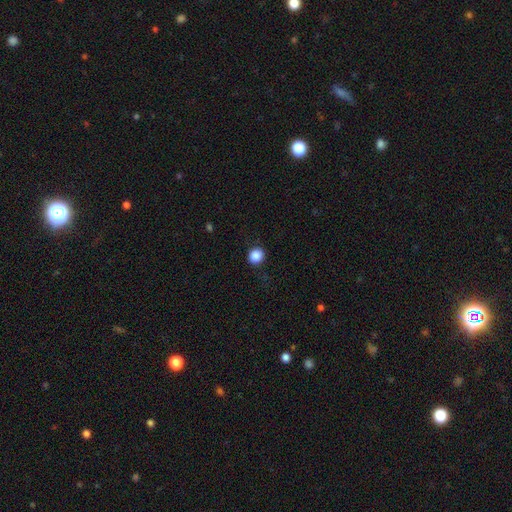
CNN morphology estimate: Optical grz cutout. It shows a smooth galaxy with no disk features (88%) that is round (87%). Merging: none (89%).